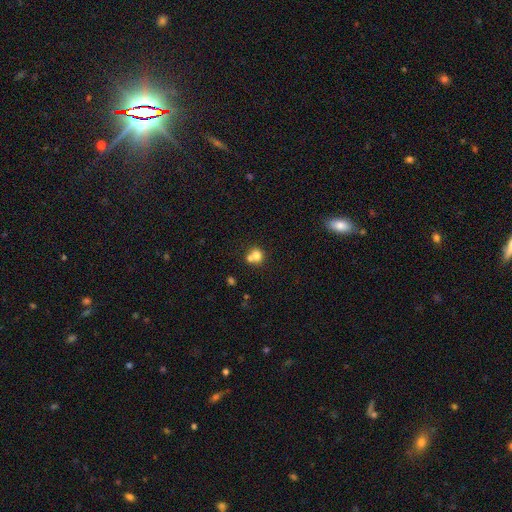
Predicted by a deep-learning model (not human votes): Smooth or featured: smooth — 75% (featured or disk — 13%)
How rounded: round — 81% (in between — 18%)
Merging: merger — 49% (none — 41%)